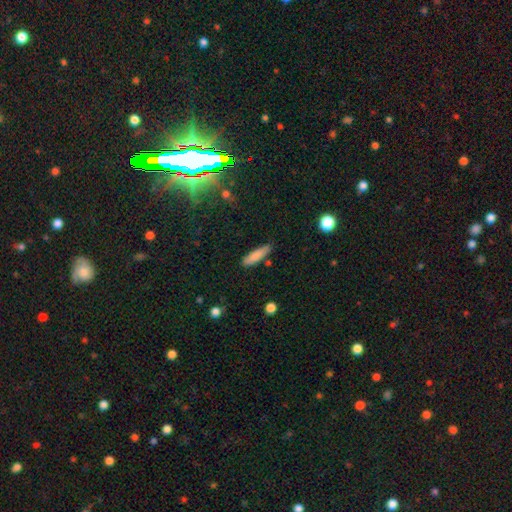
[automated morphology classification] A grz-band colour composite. It shows a smooth galaxy with no disk features (83%) that is cigar-shaped (70%). Merging: none (80%).